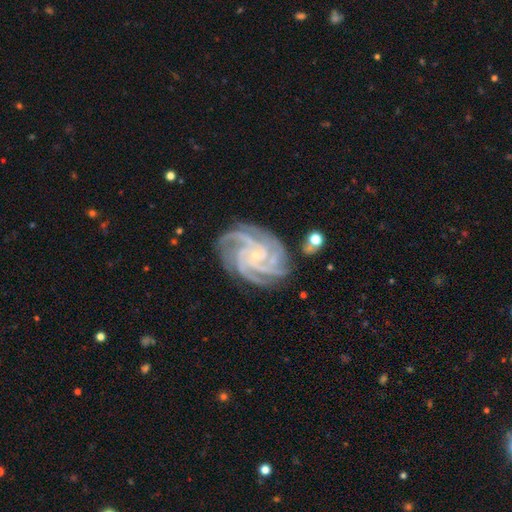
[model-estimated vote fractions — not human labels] smooth-or-featured: featured or disk: 92% | star or artifact: 5% | smooth: 3%
  disk-edge-on: no: 98% | yes: 2%
    bar: no: 68% | weak: 22% | strong: 10%
    has-spiral-arms: yes: 99% | no: 1%
      spiral-winding: tight: 69% | medium: 28% | loose: 3%
      spiral-arm-count: 4: 49% | more than 4: 17% | 3: 14% | can't tell: 8% | 2: 7% | 1: 6%
    bulge-size: small: 83% | moderate: 12% | none: 2% | large: 1% | dominant: 1%
  merging: none: 79% | minor disturbance: 15% | major disturbance: 4% | merger: 2%